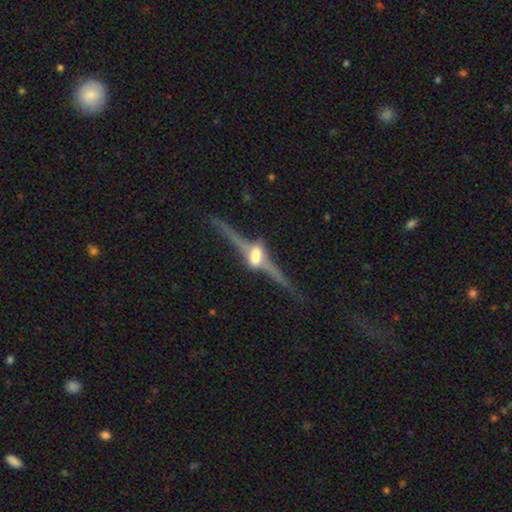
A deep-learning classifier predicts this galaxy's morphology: type=featured or disk (90%); edge-on=yes (98%); edge-on bulge=rounded (96%); merging=none (81%).